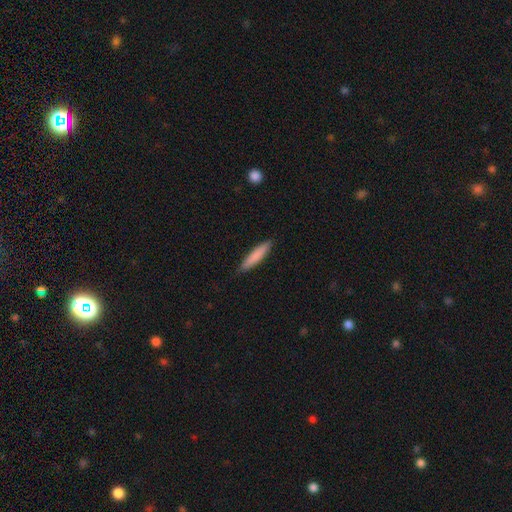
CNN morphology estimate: This is clearly a smooth galaxy (82%). How rounded: clearly cigar-shaped (87%). Merging: clearly none (90%).